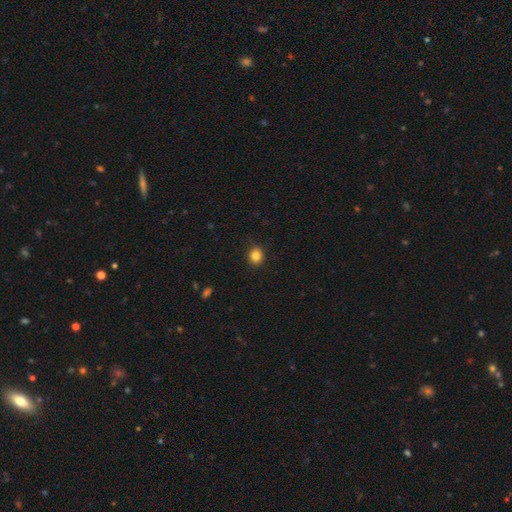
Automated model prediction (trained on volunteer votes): This is clearly a smooth galaxy (85%). How rounded: likely round (77%). Merging: clearly none (89%).